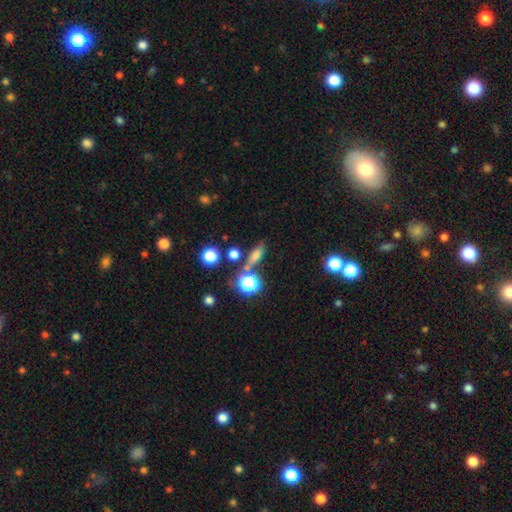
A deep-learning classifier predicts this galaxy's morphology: This is likely a smooth galaxy (65%). How rounded: possibly in between (47%). Merging: likely none (64%).